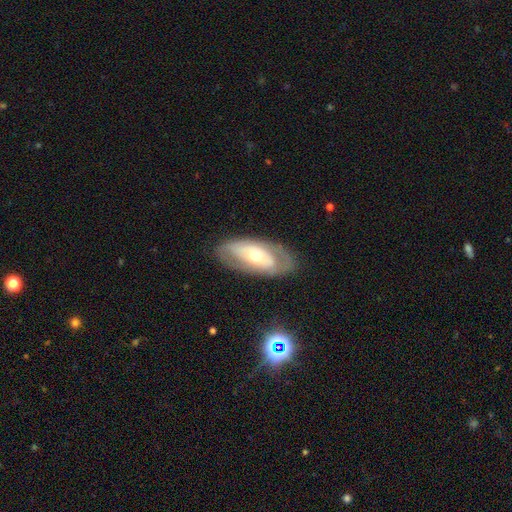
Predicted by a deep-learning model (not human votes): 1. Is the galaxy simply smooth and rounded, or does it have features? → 62% featured or disk, 31% smooth, 7% star or artifact.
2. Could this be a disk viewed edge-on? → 87% no, 13% yes.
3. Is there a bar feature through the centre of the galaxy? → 69% no, 19% weak, 12% strong.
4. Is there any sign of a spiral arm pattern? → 60% no, 40% yes.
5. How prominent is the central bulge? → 55% moderate, 38% small, 5% large, 1% dominant, 1% none.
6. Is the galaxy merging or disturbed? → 78% none, 14% minor disturbance, 6% major disturbance, 2% merger.